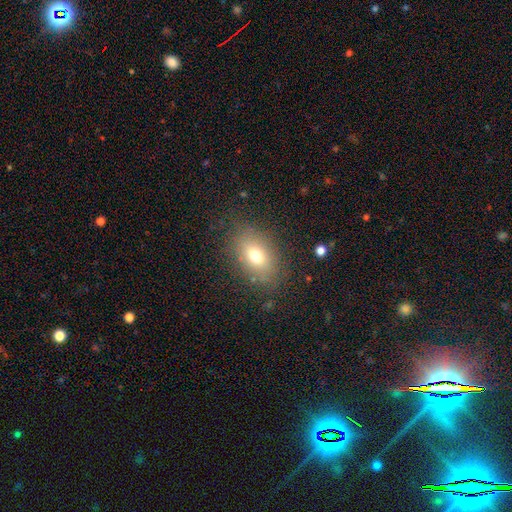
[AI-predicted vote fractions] A smooth galaxy with no disk features (72%) that is in between round and cigar-shaped (78%). Merging: none (80%).